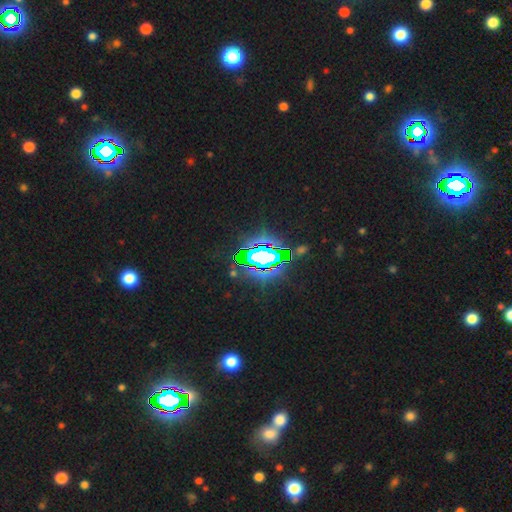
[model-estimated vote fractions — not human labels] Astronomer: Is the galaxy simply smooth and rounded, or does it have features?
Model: star or artifact — 85%.